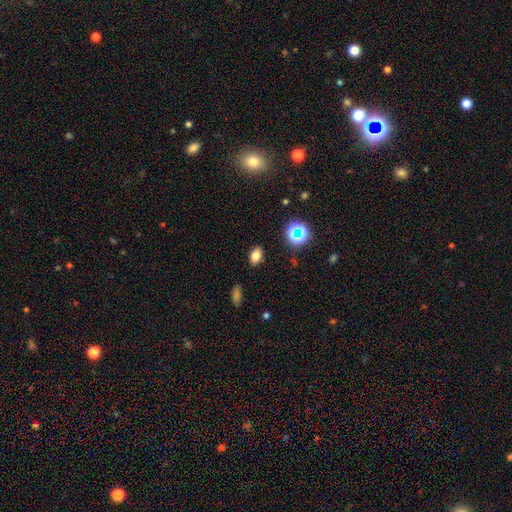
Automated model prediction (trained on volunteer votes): smooth-or-featured: smooth: 76% | star or artifact: 15% | featured or disk: 9%
  how-rounded: in between: 85% | round: 13% | cigar-shaped: 2%
  merging: none: 87% | minor disturbance: 9% | major disturbance: 3% | merger: 2%